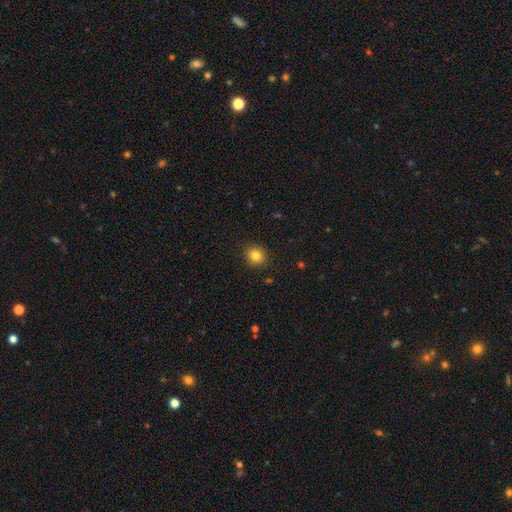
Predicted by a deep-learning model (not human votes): A smooth galaxy with no disk features (82%) that is round (79%). Merging: none (90%).